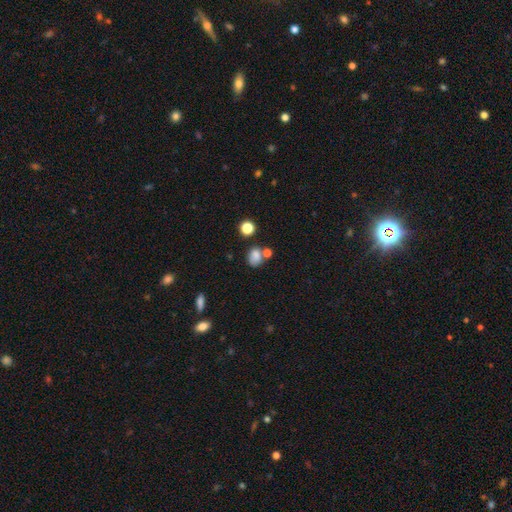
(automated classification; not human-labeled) This appears to be a smooth galaxy with no disk features (77%) that is in between round and cigar-shaped (52%). Merging: none (52%).